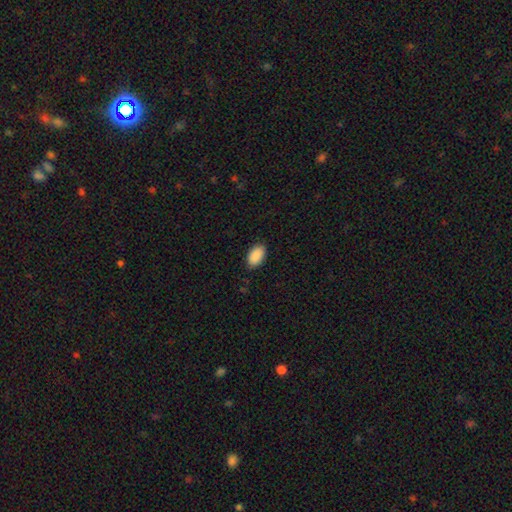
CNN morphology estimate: Smooth or featured: smooth — 91% (star or artifact — 6%)
How rounded: in between — 94% (round — 4%)
Merging: none — 86% (minor disturbance — 11%)